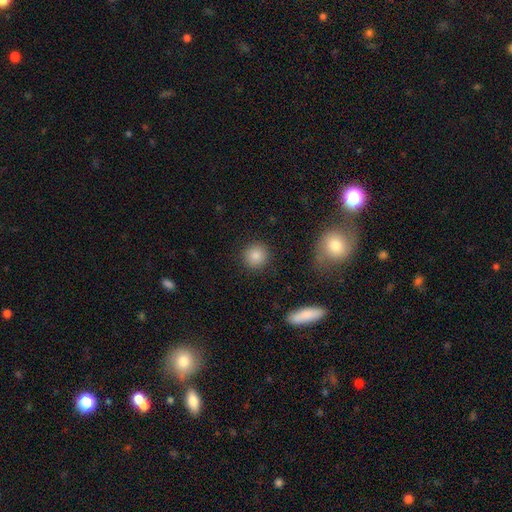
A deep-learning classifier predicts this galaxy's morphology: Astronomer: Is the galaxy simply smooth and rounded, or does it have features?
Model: smooth — 85%.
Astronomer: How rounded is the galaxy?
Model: round — 92%.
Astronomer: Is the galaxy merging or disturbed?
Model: none — 90%.